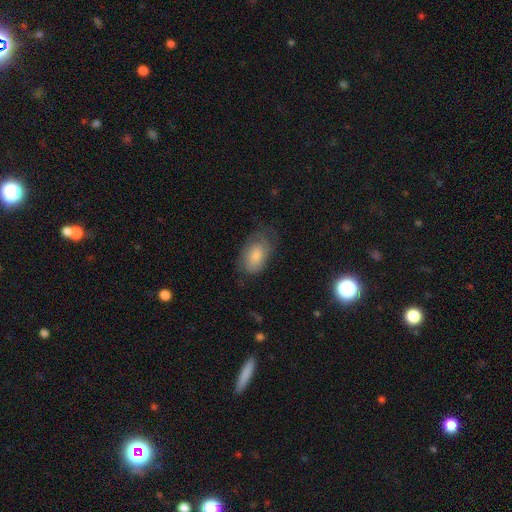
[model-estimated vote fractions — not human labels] Morphology: type=smooth (74%); roundness=in between (92%); merging=none (55%).